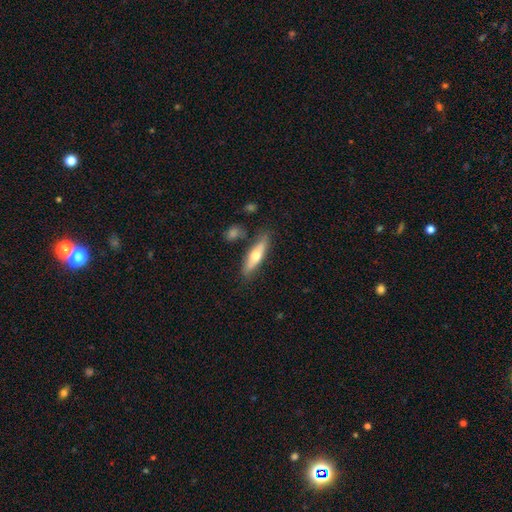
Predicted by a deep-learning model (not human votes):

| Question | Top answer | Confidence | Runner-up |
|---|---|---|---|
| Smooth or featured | smooth | 53% | featured or disk (42%) |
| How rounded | cigar-shaped | 65% | in between (33%) |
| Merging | none | 76% | minor disturbance (14%) |